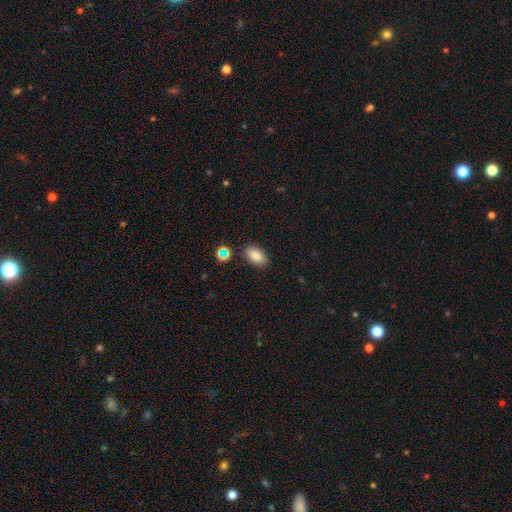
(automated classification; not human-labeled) The model was most divided on "merging": none: 84%, minor disturbance: 10%, merger: 3%, major disturbance: 3%. More confident: how rounded — in between (91%); smooth or featured — smooth (85%).